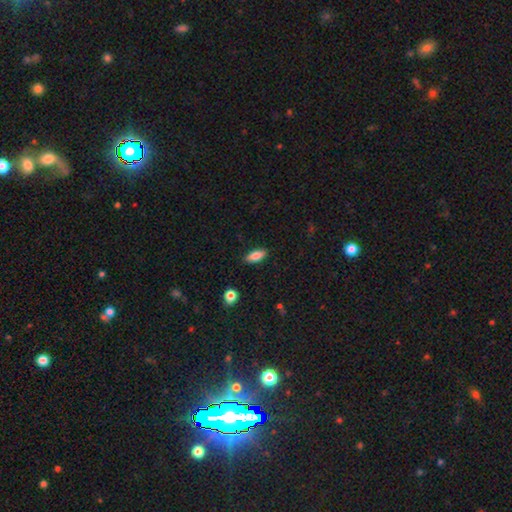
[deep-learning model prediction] Q: Smooth or featured?
A: smooth (83%); runner-up: featured or disk (10%)
Q: How rounded?
A: in between (83%); runner-up: cigar-shaped (15%)
Q: Merging?
A: none (87%); runner-up: minor disturbance (10%)